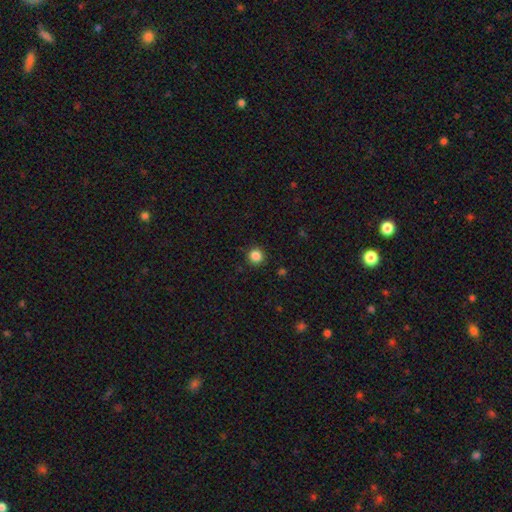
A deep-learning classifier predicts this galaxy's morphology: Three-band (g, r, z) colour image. It shows a smooth galaxy with no disk features (85%) that is round (94%). Merging: none (91%).